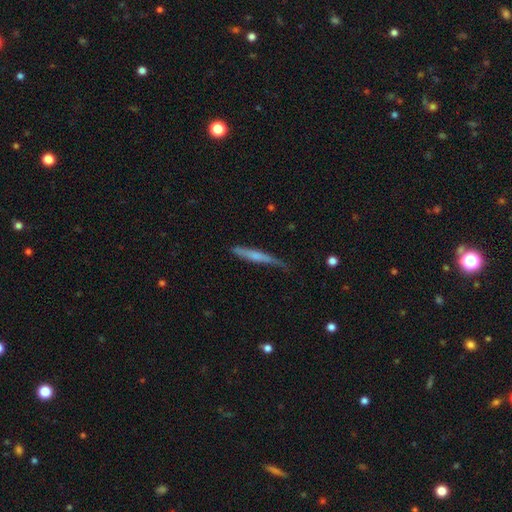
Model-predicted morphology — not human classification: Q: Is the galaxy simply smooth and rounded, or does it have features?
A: smooth — 51%.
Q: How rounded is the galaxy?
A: cigar-shaped — 94%.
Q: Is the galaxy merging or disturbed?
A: none — 60%.